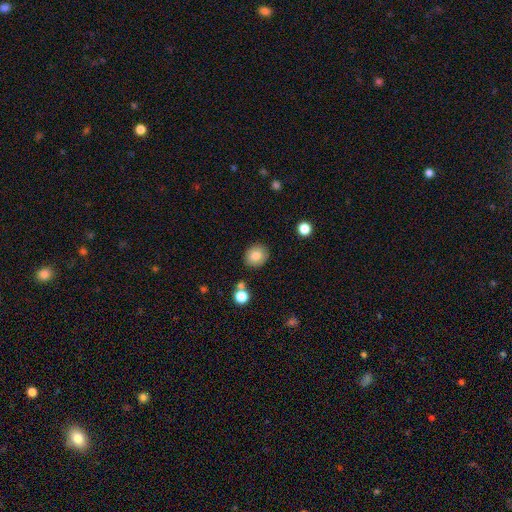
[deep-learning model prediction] A smooth galaxy with no disk features (83%) that is round (68%). Merging: none (83%).